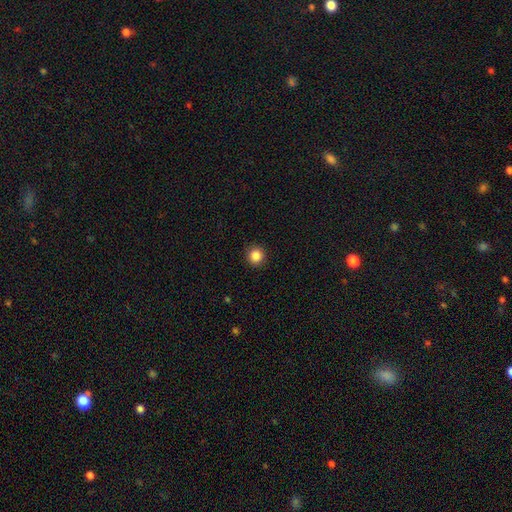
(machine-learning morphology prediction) Smooth or featured: smooth — 86% (star or artifact — 10%)
How rounded: round — 95% (in between — 4%)
Merging: none — 92% (minor disturbance — 5%)